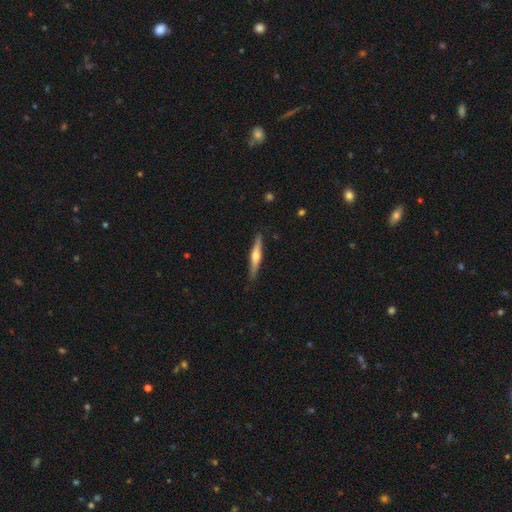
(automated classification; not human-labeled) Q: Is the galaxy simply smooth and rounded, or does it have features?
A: featured or disk — 62%.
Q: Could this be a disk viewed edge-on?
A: yes — 97%.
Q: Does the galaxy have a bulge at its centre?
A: rounded — 90%.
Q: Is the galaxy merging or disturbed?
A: none — 88%.